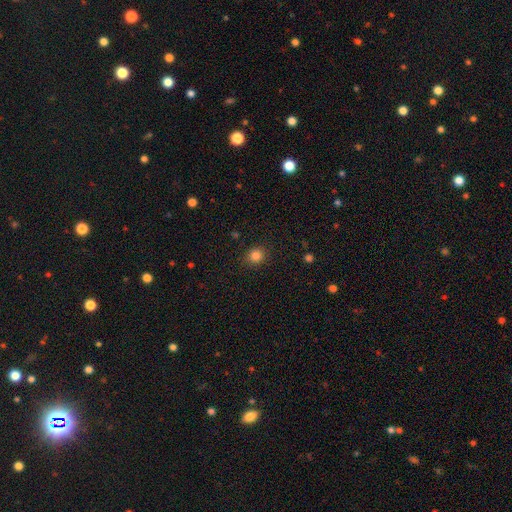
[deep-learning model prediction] Smooth or featured? Predicted: smooth (p=0.84). How rounded? Predicted: round (p=0.83). Merging? Predicted: none (p=0.89).